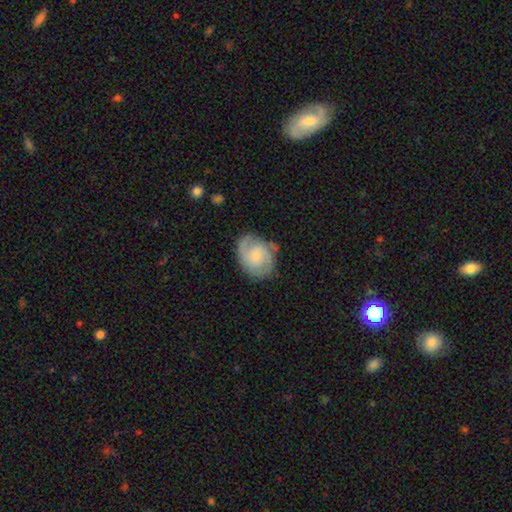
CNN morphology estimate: type=featured or disk (67%); edge-on=no (98%); bar=no (71%); spiral arms=yes (91%); winding=medium (44%); arm count=2 (50%); bulge=small (67%); merging=none (67%).